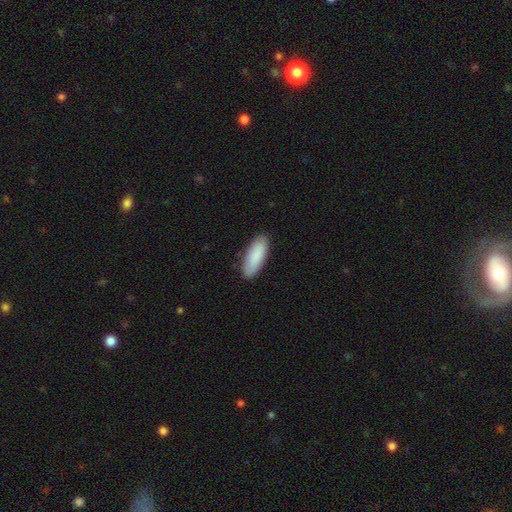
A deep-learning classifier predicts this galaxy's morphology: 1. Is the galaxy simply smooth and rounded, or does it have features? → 89% smooth, 6% featured or disk, 5% star or artifact.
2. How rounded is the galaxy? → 72% in between, 27% cigar-shaped, 1% round.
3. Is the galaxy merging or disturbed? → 88% none, 9% minor disturbance, 2% major disturbance, 1% merger.